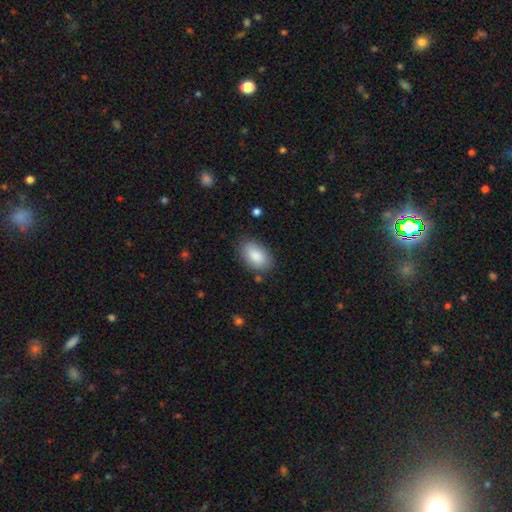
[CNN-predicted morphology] smooth_or_featured: smooth (p=0.87) [alt: featured or disk p=0.06]
how_rounded: in between (p=0.92) [alt: round p=0.06]
merging: none (p=0.81) [alt: minor disturbance p=0.14]